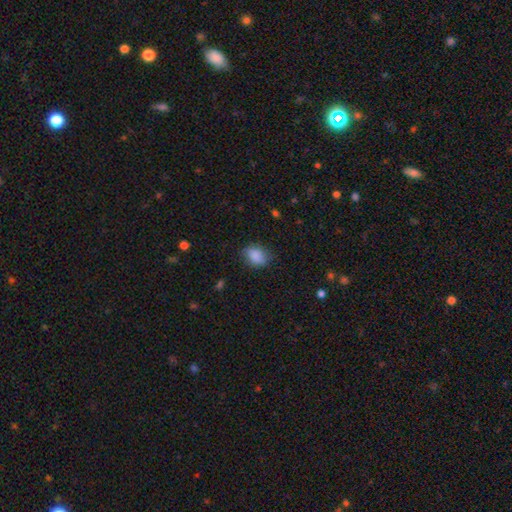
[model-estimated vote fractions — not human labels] A smooth galaxy with no disk features (85%) that is in between round and cigar-shaped (71%). Merging: none (72%).